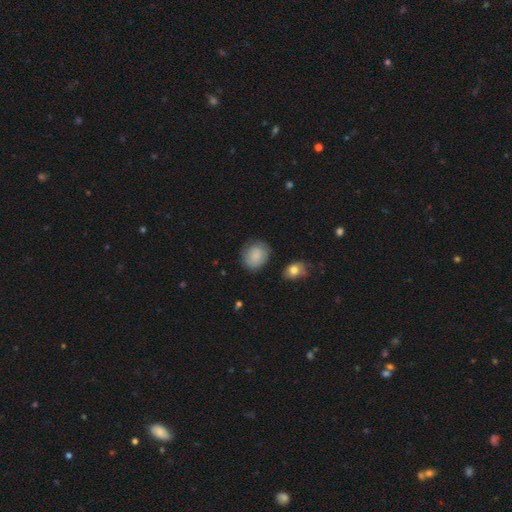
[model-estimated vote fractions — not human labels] Q: Smooth or featured?
A: smooth (81%); runner-up: featured or disk (12%)
Q: How rounded?
A: round (57%); runner-up: in between (42%)
Q: Merging?
A: none (77%); runner-up: minor disturbance (16%)